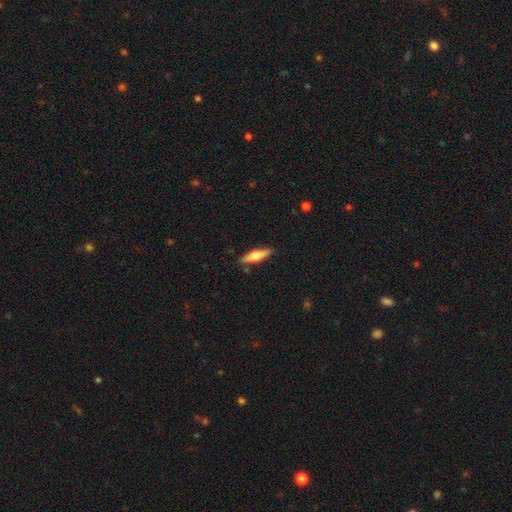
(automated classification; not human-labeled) The model was most divided on "smooth or featured": smooth: 48%, featured or disk: 47%, star or artifact: 5%. More confident: merging — none (87%).